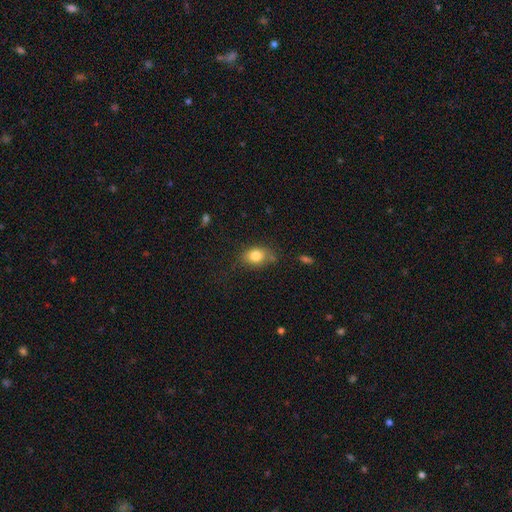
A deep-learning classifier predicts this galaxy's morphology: Smooth or featured?
  - smooth: 82% *
  - star or artifact: 9%
  - featured or disk: 9%
How rounded?
  - in between: 66% *
  - round: 33%
  - cigar-shaped: 2%
Merging?
  - none: 67% *
  - minor disturbance: 22%
  - major disturbance: 6%
  - merger: 4%